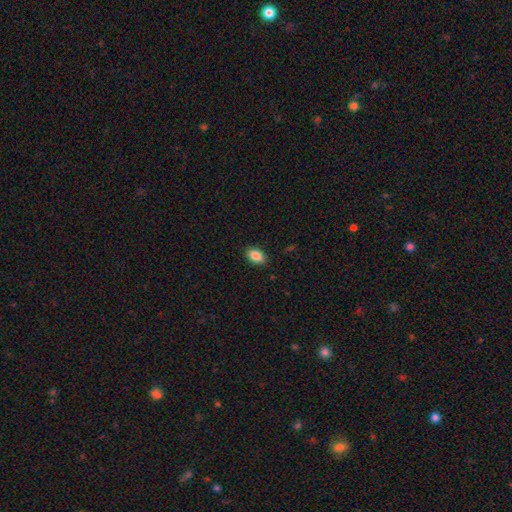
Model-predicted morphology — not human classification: Smooth or featured? smooth (87%)
How rounded? in between (87%)
Merging? none (88%)